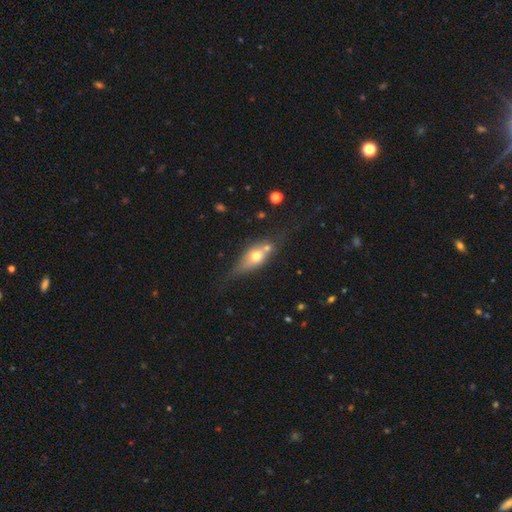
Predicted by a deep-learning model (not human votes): Smooth or featured? smooth (55%)
How rounded? in between (68%)
Merging? none (51%)